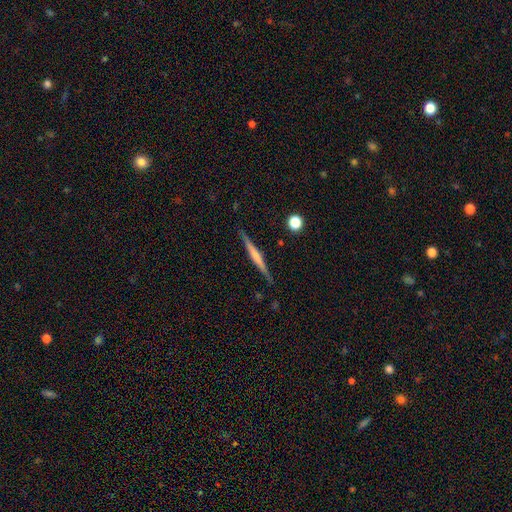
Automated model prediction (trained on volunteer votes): Smooth or featured? Predicted: featured or disk (p=0.63). Edge-on disk? Predicted: yes (p=0.98). Edge-on bulge? Predicted: none (p=0.39). Merging? Predicted: none (p=0.89).